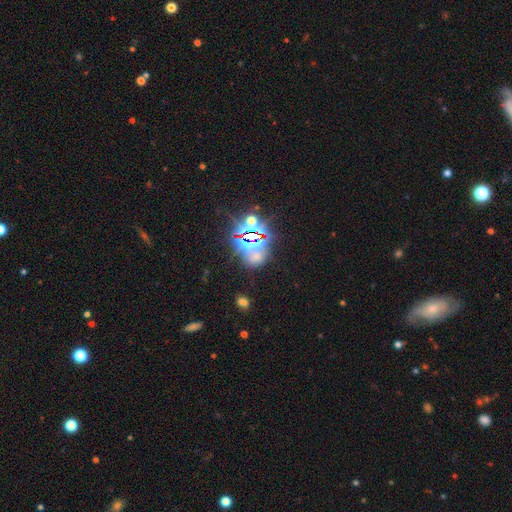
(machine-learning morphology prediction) Smooth or featured?
  - star or artifact: 66% *
  - smooth: 23%
  - featured or disk: 11%